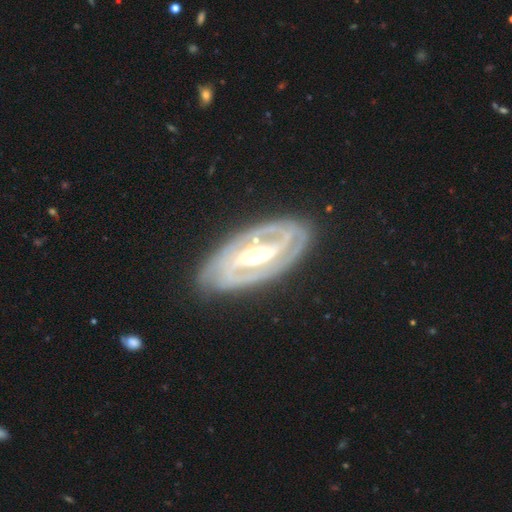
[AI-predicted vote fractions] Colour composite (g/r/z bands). It shows a featured or disk galaxy (88%) with a strong bar (52%), 2 (70%) tight (65%) spiral arms (92%) and a moderate central bulge (69%). Merging: none (81%).